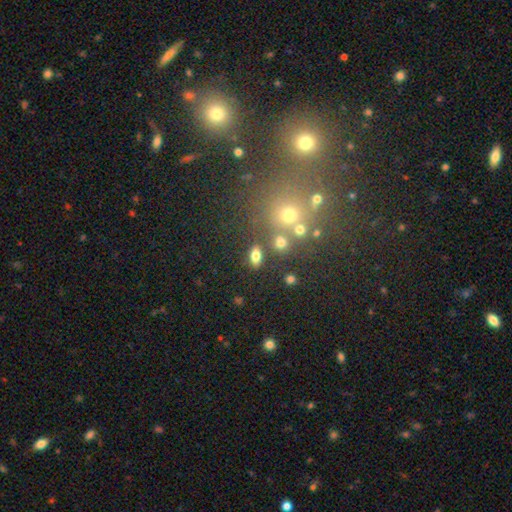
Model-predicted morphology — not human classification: Q: Smooth or featured?
A: smooth (75%); runner-up: star or artifact (13%)
Q: How rounded?
A: in between (83%); runner-up: round (12%)
Q: Merging?
A: none (78%); runner-up: minor disturbance (10%)